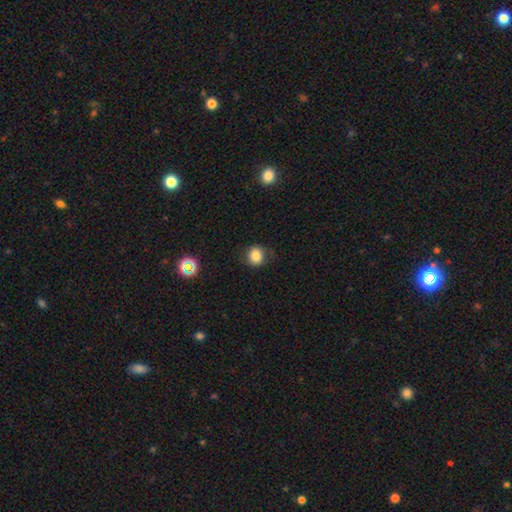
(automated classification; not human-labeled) smooth_or_featured: smooth (p=0.81) [alt: star or artifact p=0.11]
how_rounded: round (p=0.70) [alt: in between p=0.29]
merging: none (p=0.75) [alt: minor disturbance p=0.17]